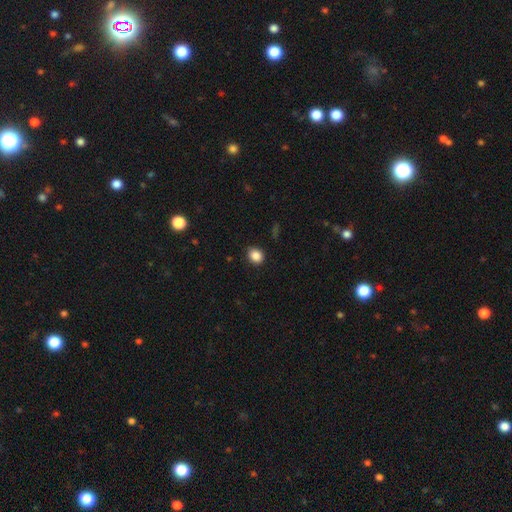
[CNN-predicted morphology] A smooth galaxy with no disk features (87%) that is round (64%). Merging: none (89%).